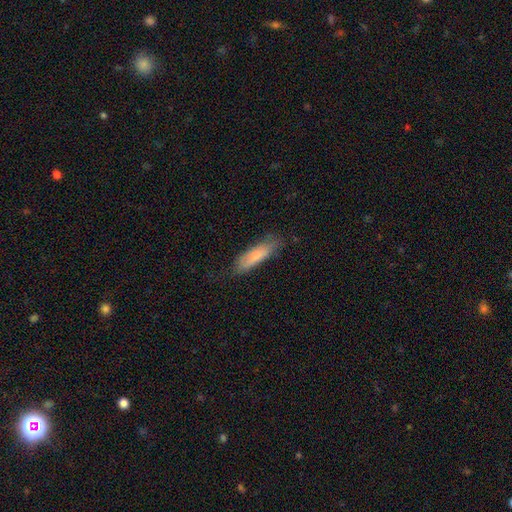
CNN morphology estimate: Q: Smooth or featured?
A: smooth (80%); runner-up: featured or disk (14%)
Q: How rounded?
A: cigar-shaped (65%); runner-up: in between (34%)
Q: Merging?
A: none (70%); runner-up: minor disturbance (22%)